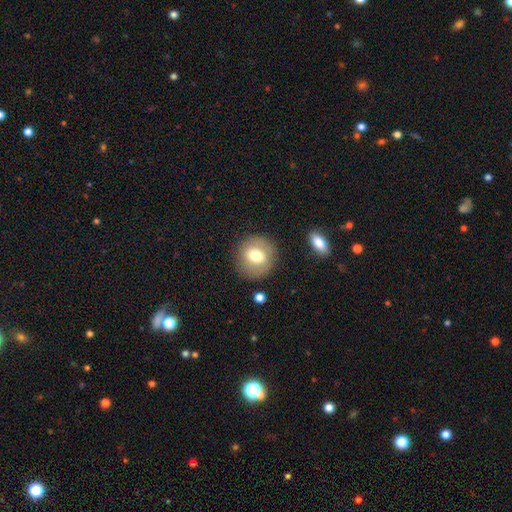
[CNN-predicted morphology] smooth-or-featured: smooth: 67% | featured or disk: 25% | star or artifact: 8%
  how-rounded: round: 84% | in between: 15% | cigar-shaped: 1%
  merging: none: 83% | minor disturbance: 10% | major disturbance: 4% | merger: 2%